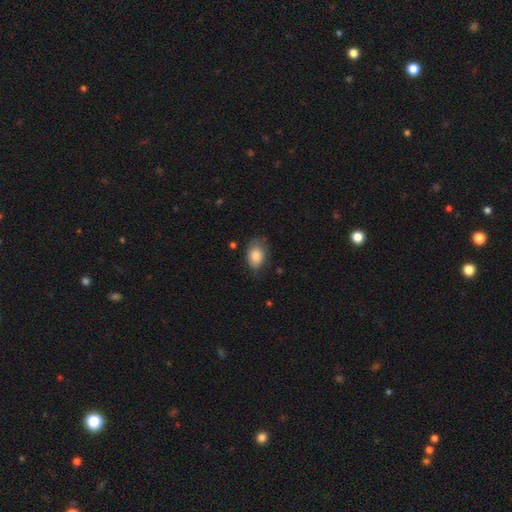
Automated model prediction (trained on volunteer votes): Smooth or featured?
  - smooth: 84% *
  - featured or disk: 9%
  - star or artifact: 7%
How rounded?
  - in between: 82% *
  - round: 17%
  - cigar-shaped: 1%
Merging?
  - none: 66% *
  - minor disturbance: 26%
  - major disturbance: 6%
  - merger: 2%